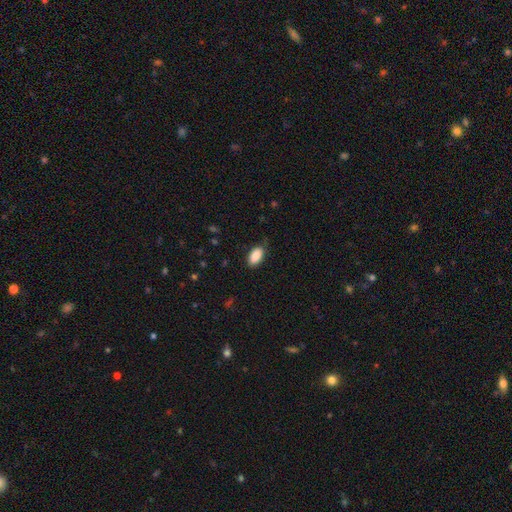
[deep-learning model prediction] This appears to be a smooth galaxy with no disk features (89%) that is in between round and cigar-shaped (93%). Merging: none (79%).